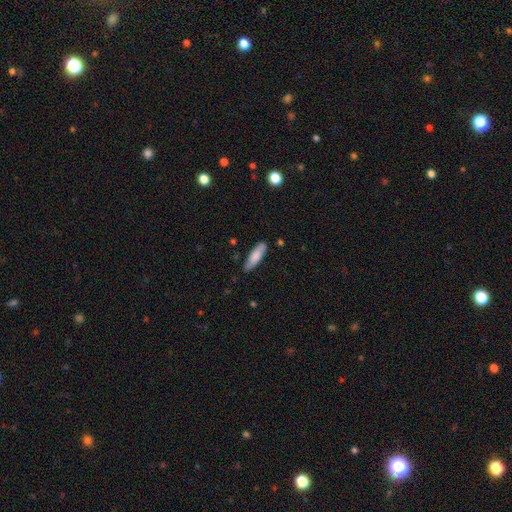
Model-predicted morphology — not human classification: Smooth or featured: smooth — 80% (featured or disk — 15%)
How rounded: cigar-shaped — 57% (in between — 41%)
Merging: none — 79% (minor disturbance — 16%)